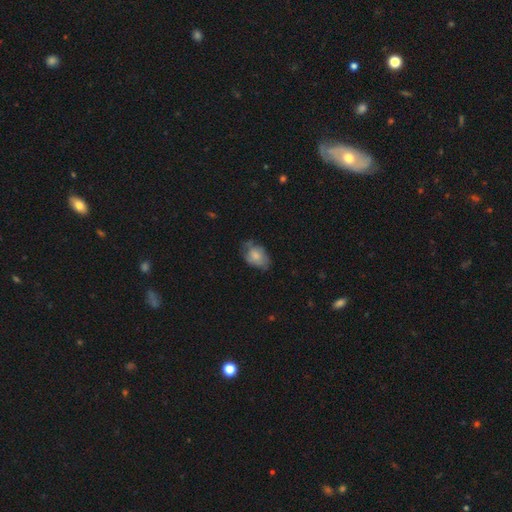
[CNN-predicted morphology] This is likely a smooth galaxy (69%). How rounded: clearly in between (81%). Merging: possibly none (49%).